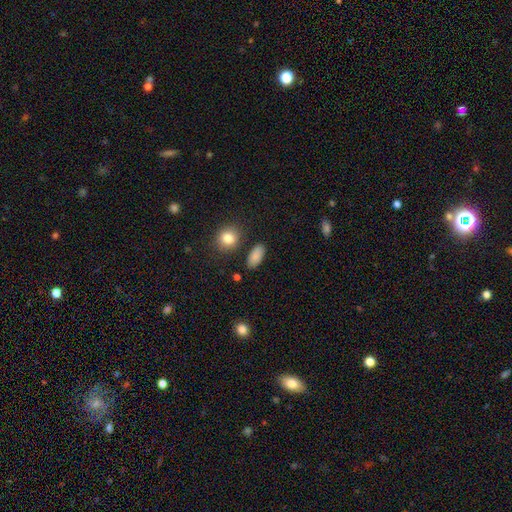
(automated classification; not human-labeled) This appears to be a smooth galaxy with no disk features (87%) that is in between round and cigar-shaped (89%). Merging: none (84%).